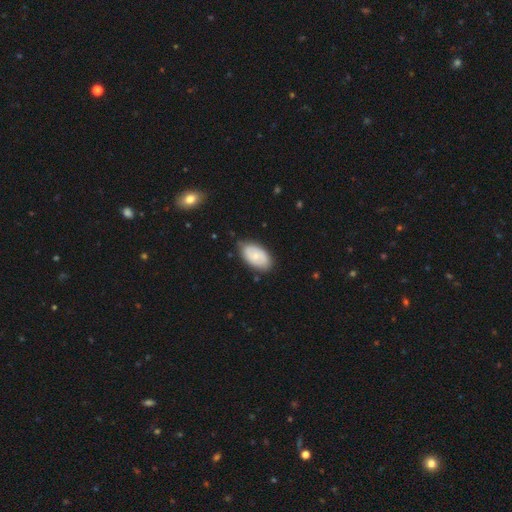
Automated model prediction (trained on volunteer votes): The model was most divided on "smooth or featured": smooth: 63%, featured or disk: 31%, star or artifact: 6%. More confident: how rounded — in between (94%); merging — none (75%).